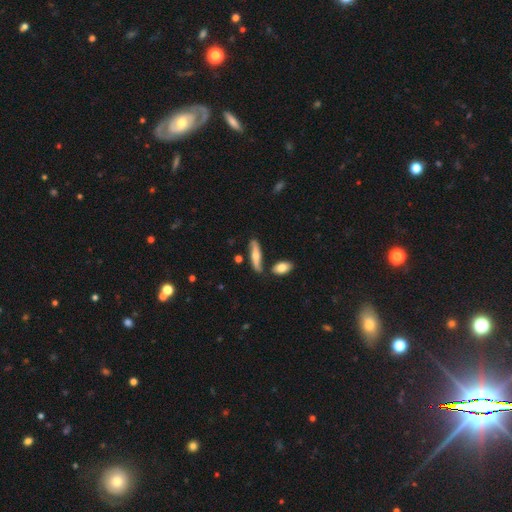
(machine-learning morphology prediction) type=smooth (48%); merging=none (73%).